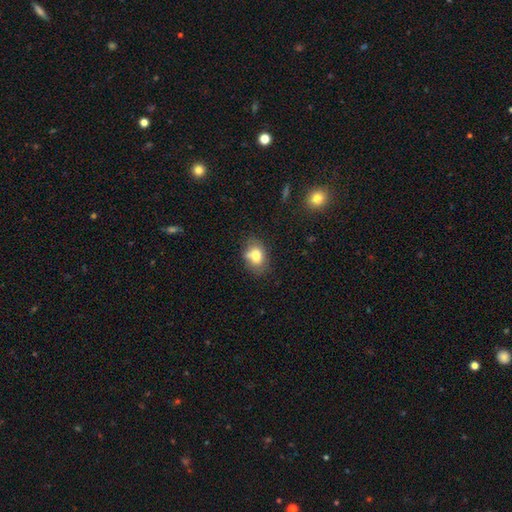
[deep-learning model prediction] Q: Smooth or featured?
A: smooth (75%); runner-up: featured or disk (15%)
Q: How rounded?
A: in between (66%); runner-up: round (33%)
Q: Merging?
A: none (58%); runner-up: minor disturbance (22%)